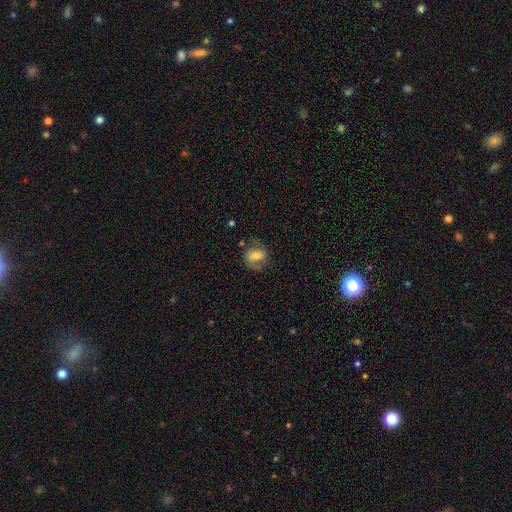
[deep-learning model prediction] smooth-or-featured: smooth: 47% | featured or disk: 45% | star or artifact: 8%
  merging: none: 64% | minor disturbance: 22% | major disturbance: 12% | merger: 2%